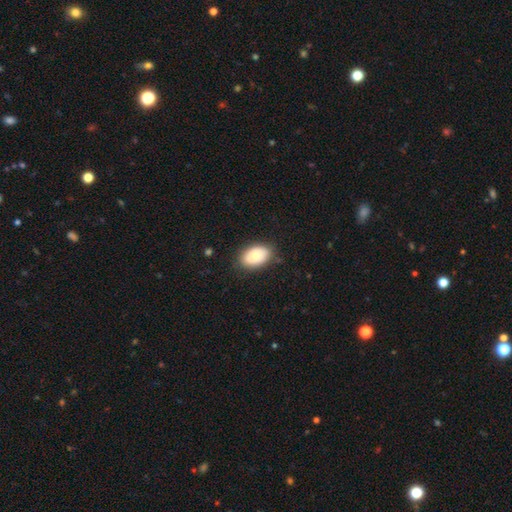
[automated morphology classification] Q: Smooth or featured?
A: smooth (78%); runner-up: featured or disk (15%)
Q: How rounded?
A: in between (90%); runner-up: round (9%)
Q: Merging?
A: none (83%); runner-up: minor disturbance (13%)